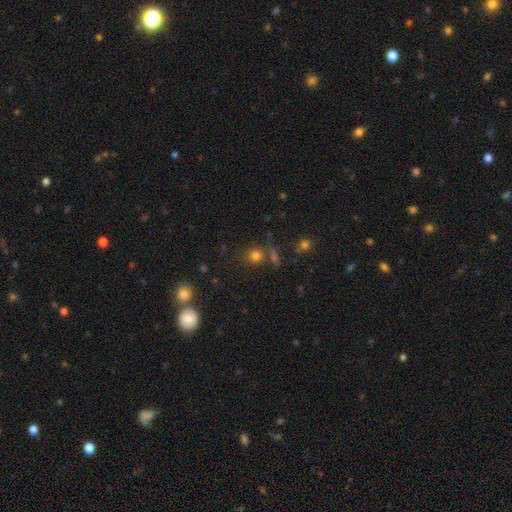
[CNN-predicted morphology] A smooth galaxy with no disk features (73%) that is round (85%).

Vote fractions:
- Smooth or featured? smooth: 73% / star or artifact: 19% / featured or disk: 8%
- How rounded? round: 85% / in between: 14% / cigar-shaped: 1%
- Merging? none: 70% / merger: 15% / minor disturbance: 10% / major disturbance: 5%